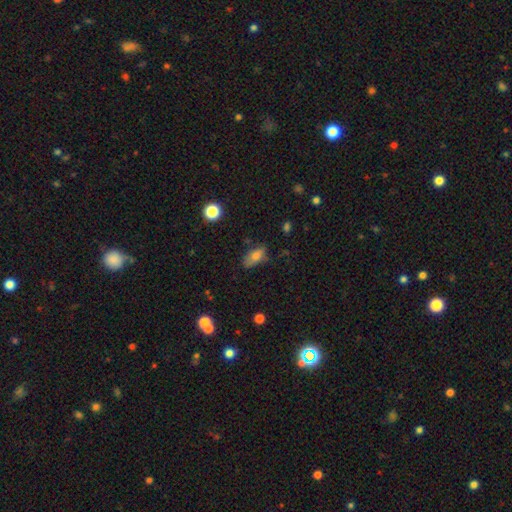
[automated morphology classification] Smooth or featured? smooth (76%)
How rounded? in between (86%)
Merging? none (60%)